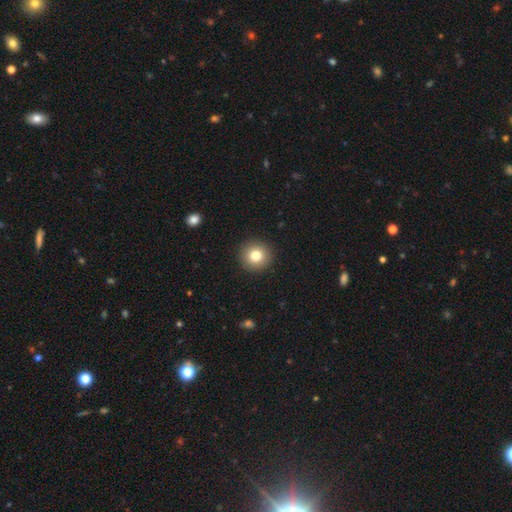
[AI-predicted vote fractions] smooth 79%, star or artifact 11%, featured or disk 10%. Down the decision tree: how rounded — round (95%); merging — none (92%).